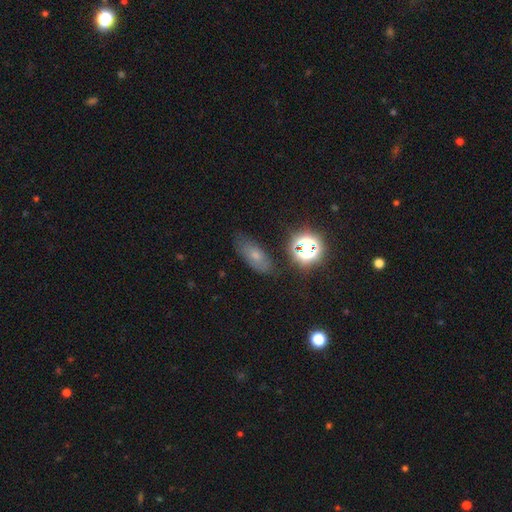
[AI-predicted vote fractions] Smooth or featured?
  - smooth: 56% *
  - featured or disk: 22%
  - star or artifact: 21%
How rounded?
  - in between: 79% *
  - cigar-shaped: 13%
  - round: 8%
Merging?
  - none: 74% *
  - minor disturbance: 18%
  - major disturbance: 5%
  - merger: 3%